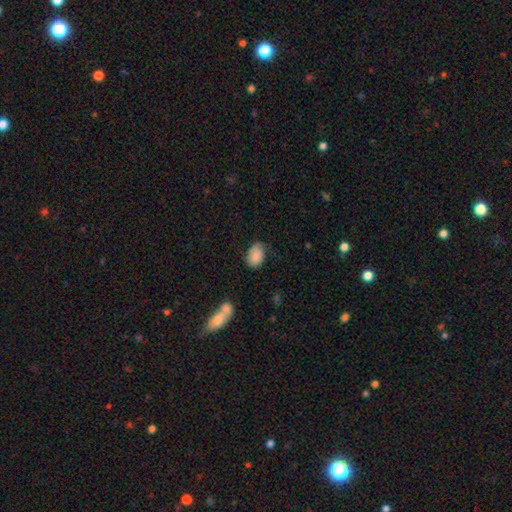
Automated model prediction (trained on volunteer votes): Morphology: type=smooth (81%); roundness=in between (84%); merging=none (53%).